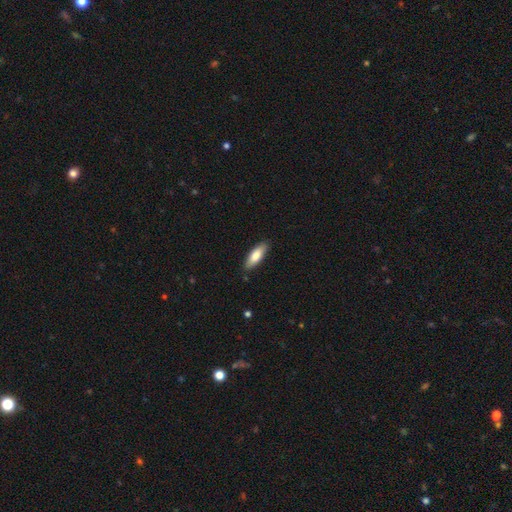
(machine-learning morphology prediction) Smooth or featured? Predicted: smooth (p=0.78). How rounded? Predicted: in between (p=0.59). Merging? Predicted: none (p=0.85).